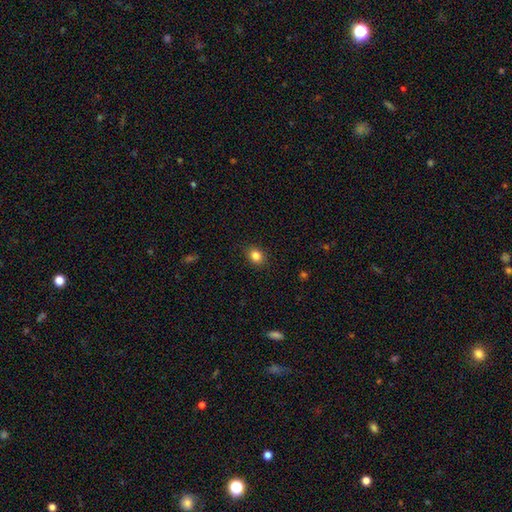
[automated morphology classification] smooth-or-featured: smooth: 84% | star or artifact: 11% | featured or disk: 5%
  how-rounded: round: 61% | in between: 38% | cigar-shaped: 1%
  merging: none: 87% | minor disturbance: 9% | major disturbance: 2% | merger: 1%